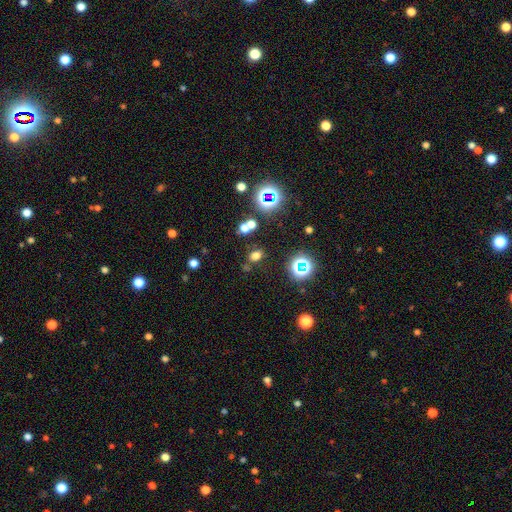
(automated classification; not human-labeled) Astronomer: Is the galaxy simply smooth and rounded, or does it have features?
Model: smooth — 66%.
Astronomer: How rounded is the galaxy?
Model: in between — 58% (runner-up: round, 40%).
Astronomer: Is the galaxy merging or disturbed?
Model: none — 75%.